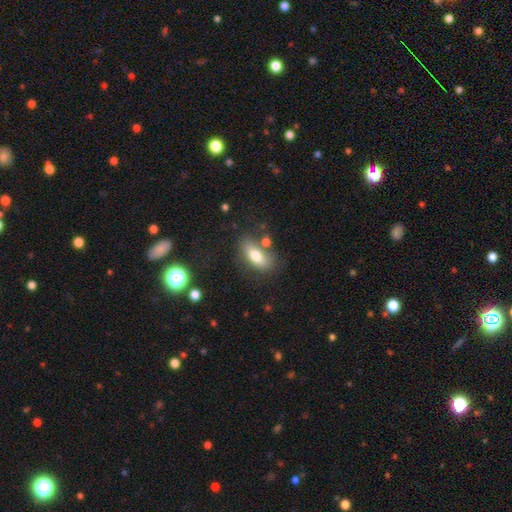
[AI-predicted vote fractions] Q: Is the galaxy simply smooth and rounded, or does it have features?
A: smooth — 71%.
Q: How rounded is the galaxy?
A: in between — 79%.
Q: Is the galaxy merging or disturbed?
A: none — 65%.